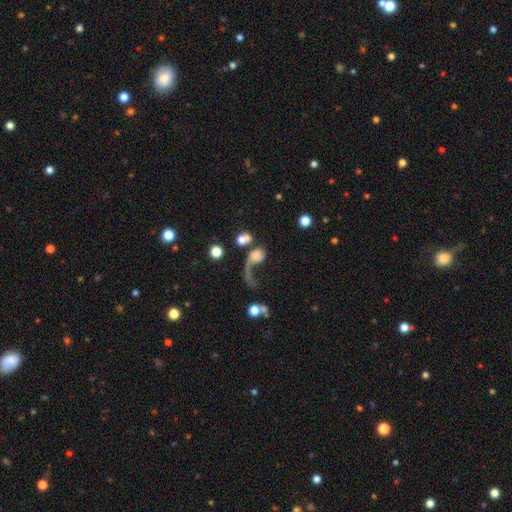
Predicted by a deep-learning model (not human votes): smooth-or-featured: featured or disk: 47% | smooth: 41% | star or artifact: 11%
  merging: major disturbance: 46% | merger: 25% | none: 19% | minor disturbance: 11%